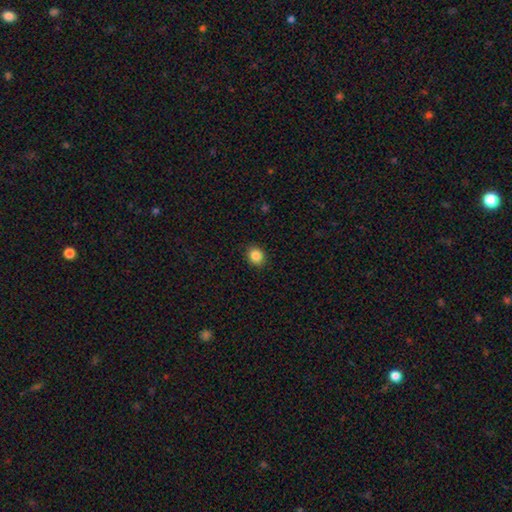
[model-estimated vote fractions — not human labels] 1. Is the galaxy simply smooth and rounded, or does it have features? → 86% smooth, 10% star or artifact, 4% featured or disk.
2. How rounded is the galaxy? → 64% round, 35% in between, 1% cigar-shaped.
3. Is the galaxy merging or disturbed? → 90% none, 7% minor disturbance, 2% major disturbance, 1% merger.